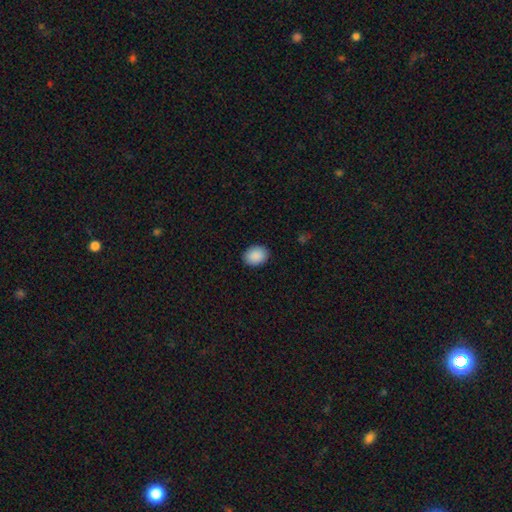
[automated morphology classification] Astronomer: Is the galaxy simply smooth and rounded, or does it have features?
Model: smooth — 90%.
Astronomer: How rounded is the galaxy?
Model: in between — 56% (runner-up: round, 43%).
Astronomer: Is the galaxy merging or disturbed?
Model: none — 89%.